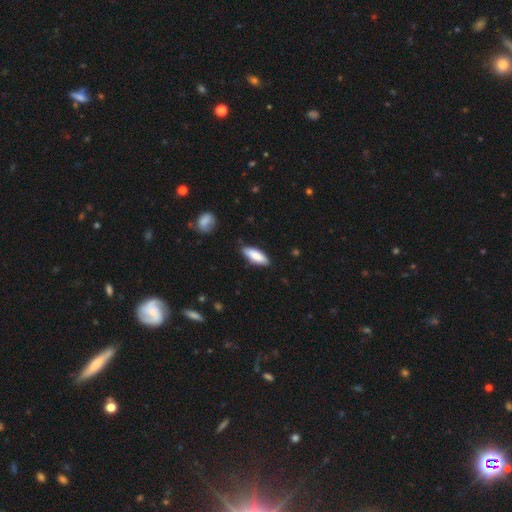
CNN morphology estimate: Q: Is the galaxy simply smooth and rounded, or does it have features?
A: smooth — 85%.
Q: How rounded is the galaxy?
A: in between — 61%.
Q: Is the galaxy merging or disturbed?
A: none — 84%.